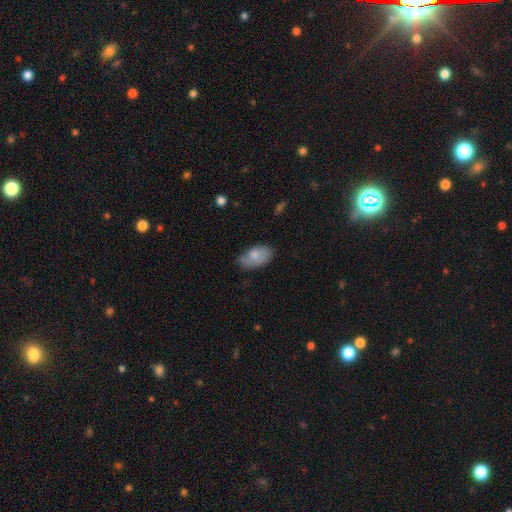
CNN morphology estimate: This is likely a smooth galaxy (79%). How rounded: clearly in between (93%). Merging: likely none (65%).